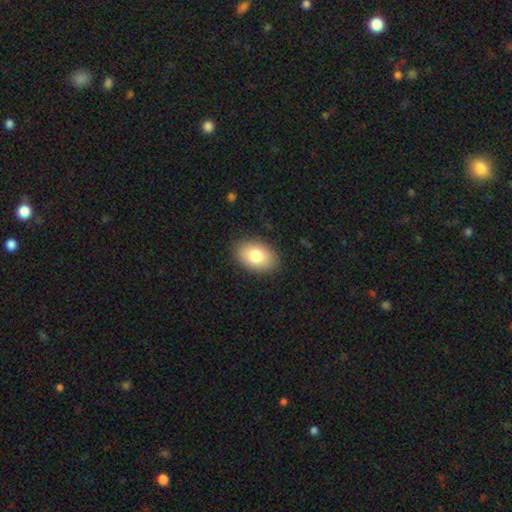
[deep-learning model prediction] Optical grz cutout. It shows a smooth galaxy with no disk features (80%) that is in between round and cigar-shaped (86%). Merging: none (87%).